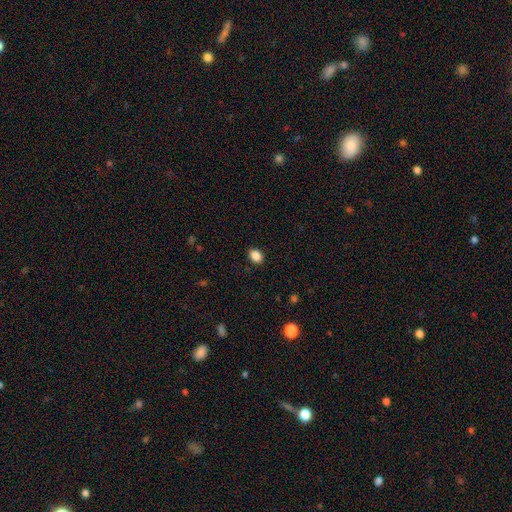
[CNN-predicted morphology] This is clearly a smooth galaxy (87%). How rounded: likely in between (68%). Merging: clearly none (90%).